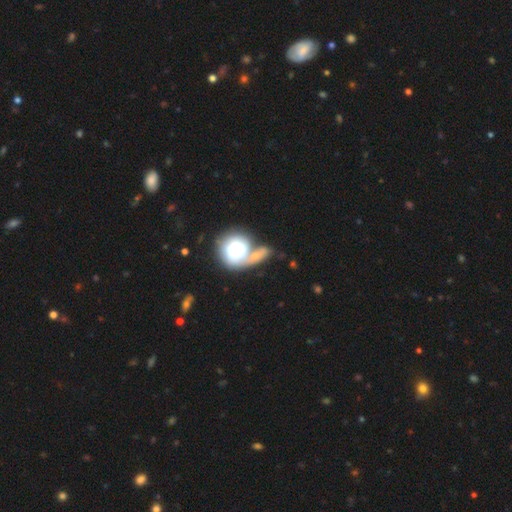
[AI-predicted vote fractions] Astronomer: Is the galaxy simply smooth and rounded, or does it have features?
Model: smooth — 64%.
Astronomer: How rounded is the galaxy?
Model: round — 77%.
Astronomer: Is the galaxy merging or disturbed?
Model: merger — 53%.